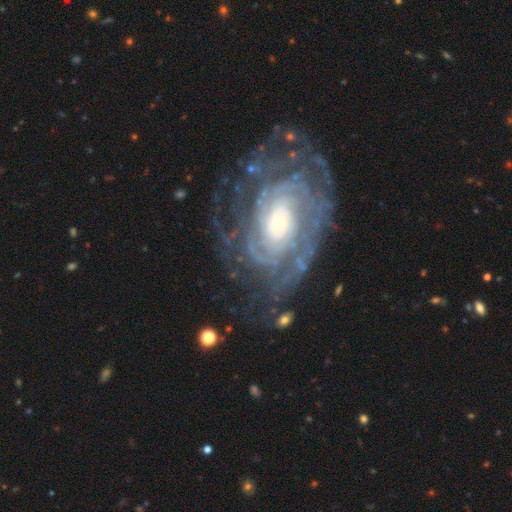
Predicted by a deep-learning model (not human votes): Smooth or featured? featured or disk (87%)
Edge-on disk? no (96%)
Bar? no (65%)
Spiral arms? yes (94%)
Spiral winding? tight (74%)
Spiral arm count? can't tell (42%)
Bulge size? moderate (46%)
Merging? none (71%)